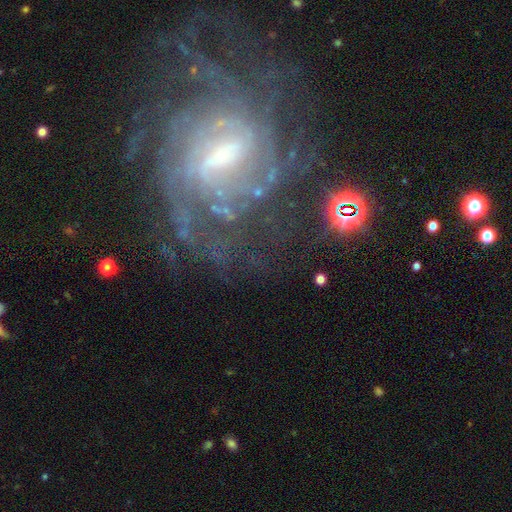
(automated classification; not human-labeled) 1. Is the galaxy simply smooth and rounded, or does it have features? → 83% featured or disk, 10% star or artifact, 7% smooth.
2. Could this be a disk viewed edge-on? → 97% no, 3% yes.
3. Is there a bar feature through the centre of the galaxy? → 51% weak, 30% strong, 19% no.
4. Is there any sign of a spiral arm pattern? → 93% yes, 7% no.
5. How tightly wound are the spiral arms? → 56% tight, 34% medium, 11% loose.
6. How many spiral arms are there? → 40% can't tell, 17% 2, 13% 4, 13% 3, 10% more than 4, 7% 1.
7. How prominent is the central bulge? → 54% small, 29% moderate, 11% none, 4% large, 1% dominant.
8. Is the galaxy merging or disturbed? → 60% none, 19% major disturbance, 17% minor disturbance, 4% merger.